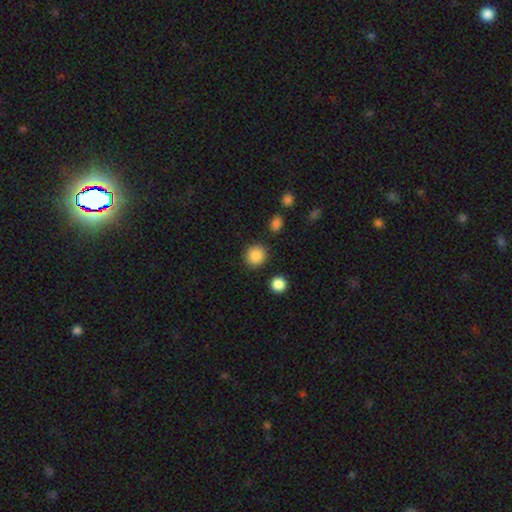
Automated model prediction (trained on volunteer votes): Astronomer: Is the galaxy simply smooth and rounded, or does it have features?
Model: smooth — 87%.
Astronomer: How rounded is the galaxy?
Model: round — 88%.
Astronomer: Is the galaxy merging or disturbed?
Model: none — 88%.